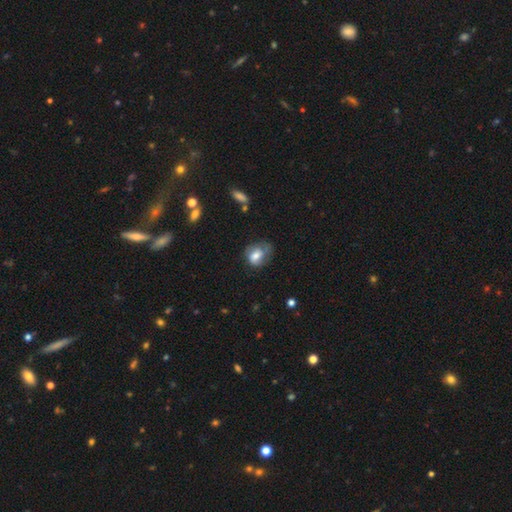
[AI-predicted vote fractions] Q: Smooth or featured?
A: smooth (63%); runner-up: featured or disk (29%)
Q: How rounded?
A: in between (61%); runner-up: round (37%)
Q: Merging?
A: none (44%); runner-up: minor disturbance (34%)